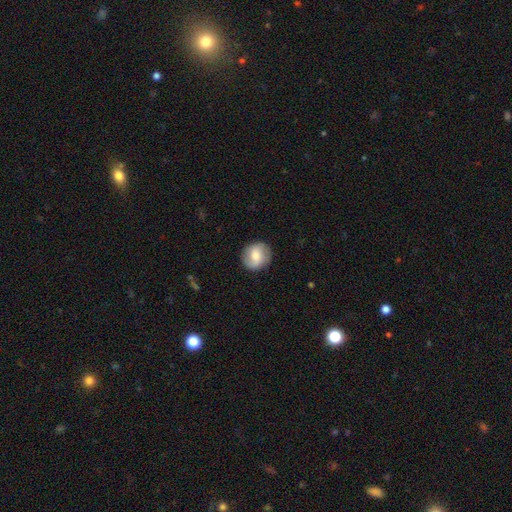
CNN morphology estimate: A smooth galaxy with no disk features (56%) that is round (85%). Merging: none (88%).